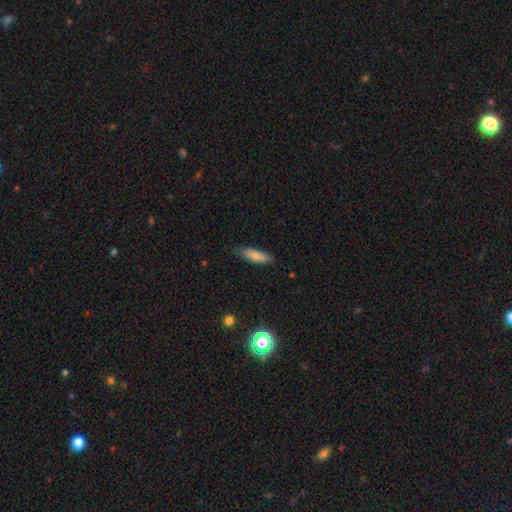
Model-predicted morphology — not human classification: Smooth or featured? Predicted: smooth (p=0.81). How rounded? Predicted: cigar-shaped (p=0.60). Merging? Predicted: none (p=0.83).